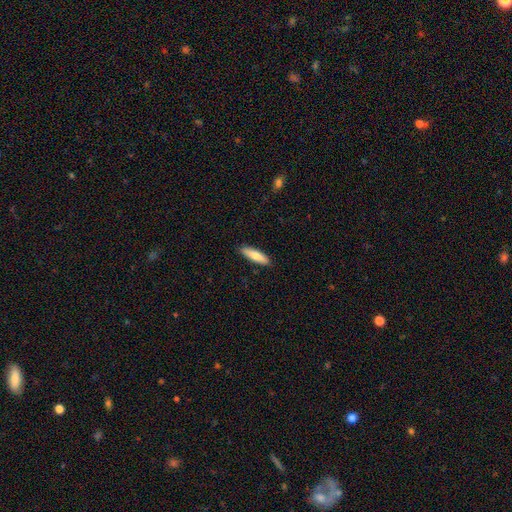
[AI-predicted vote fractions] Morphology: type=smooth (77%); roundness=cigar-shaped (68%); merging=none (89%).